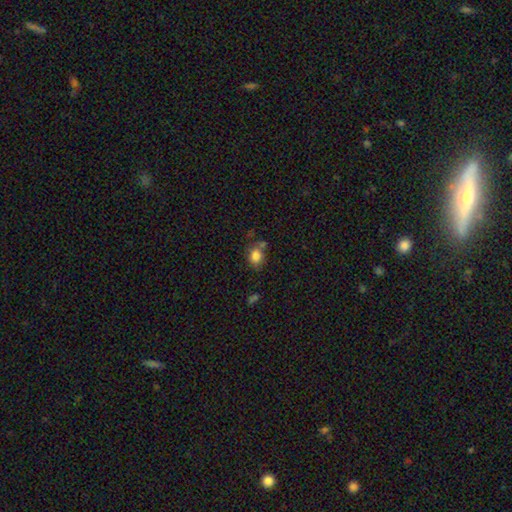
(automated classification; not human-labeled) Smooth or featured? Predicted: smooth (p=0.82). How rounded? Predicted: round (p=0.55). Merging? Predicted: none (p=0.58).